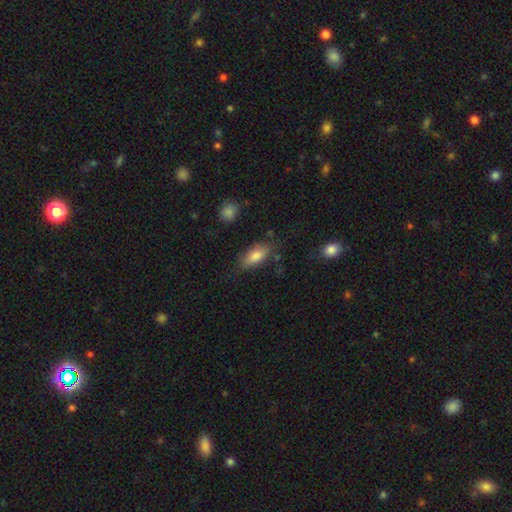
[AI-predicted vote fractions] smooth 79%, featured or disk 14%, star or artifact 7%. Down the decision tree: how rounded — in between (84%); merging — none (69%).